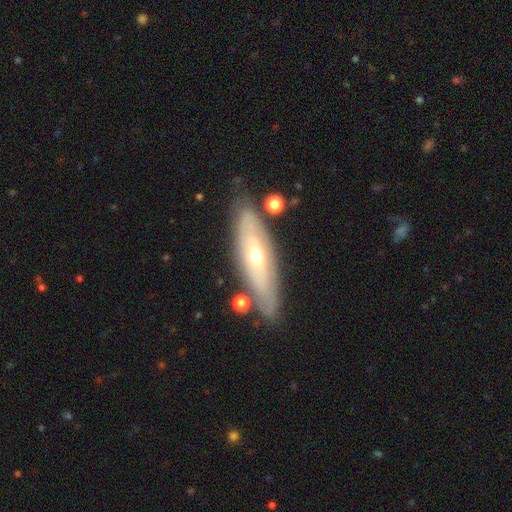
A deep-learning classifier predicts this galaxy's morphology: This appears to be a featured or disk galaxy (64%). Merging: none (79%).